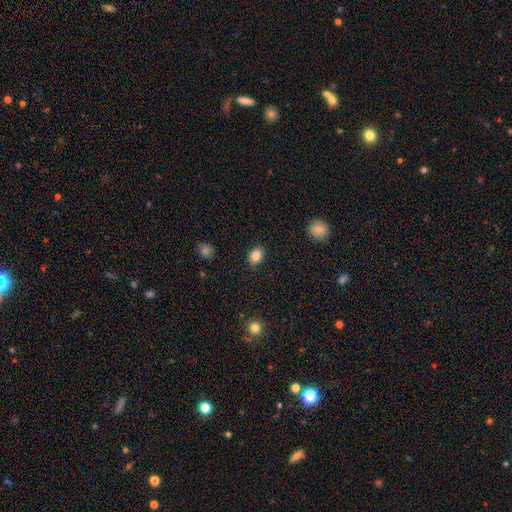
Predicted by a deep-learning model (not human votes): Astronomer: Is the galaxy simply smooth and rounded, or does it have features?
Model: smooth — 86%.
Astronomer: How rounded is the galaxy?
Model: in between — 68%.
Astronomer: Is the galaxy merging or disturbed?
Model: none — 85%.